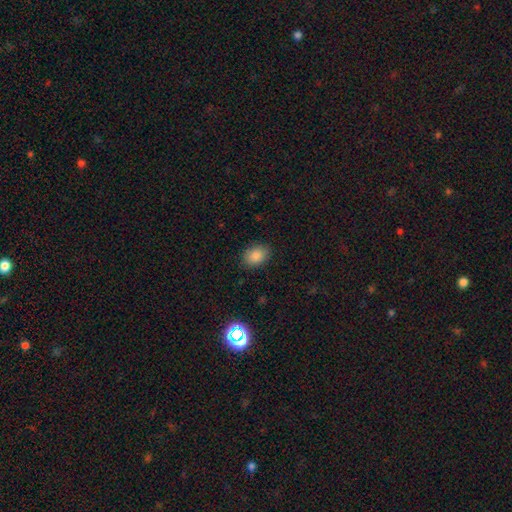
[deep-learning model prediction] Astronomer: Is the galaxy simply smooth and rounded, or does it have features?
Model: smooth — 85%.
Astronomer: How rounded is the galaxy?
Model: in between — 71%.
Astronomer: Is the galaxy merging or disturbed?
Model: none — 86%.